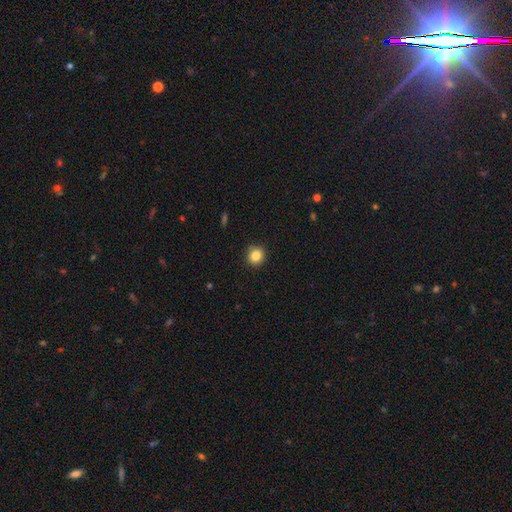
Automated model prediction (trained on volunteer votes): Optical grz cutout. It shows a smooth galaxy with no disk features (84%) that is round (91%). Merging: none (91%).